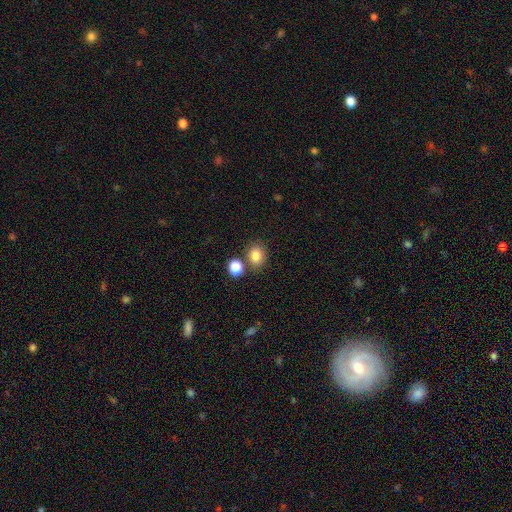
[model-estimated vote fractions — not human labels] Smooth or featured? Predicted: smooth (p=0.82). How rounded? Predicted: round (p=0.64). Merging? Predicted: none (p=0.75).